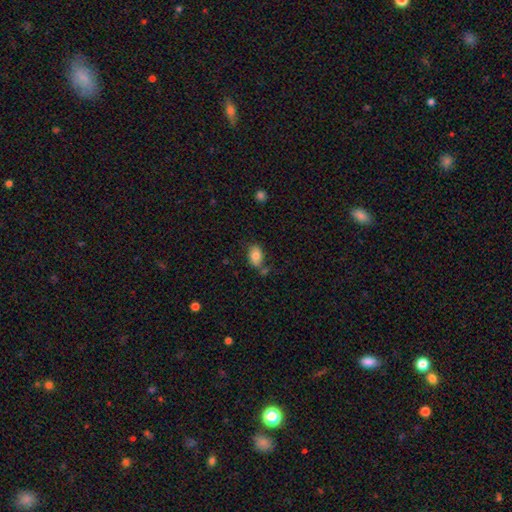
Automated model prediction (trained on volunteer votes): This is clearly a smooth galaxy (81%). How rounded: clearly in between (90%). Merging: likely none (64%).